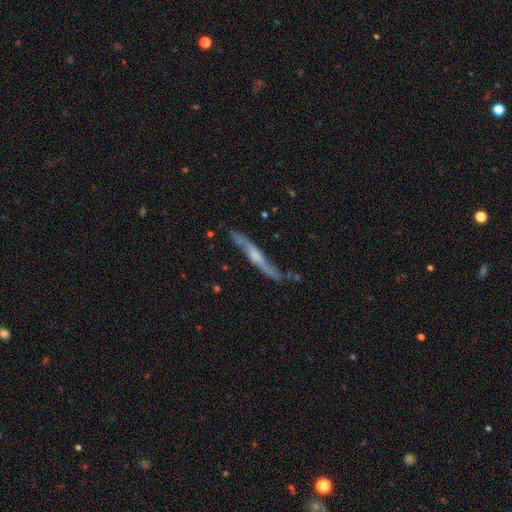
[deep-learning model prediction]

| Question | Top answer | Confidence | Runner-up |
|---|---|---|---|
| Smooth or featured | featured or disk | 72% | smooth (22%) |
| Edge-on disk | yes | 76% | no (24%) |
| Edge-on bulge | rounded | 55% | none (32%) |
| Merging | none | 71% | minor disturbance (21%) |